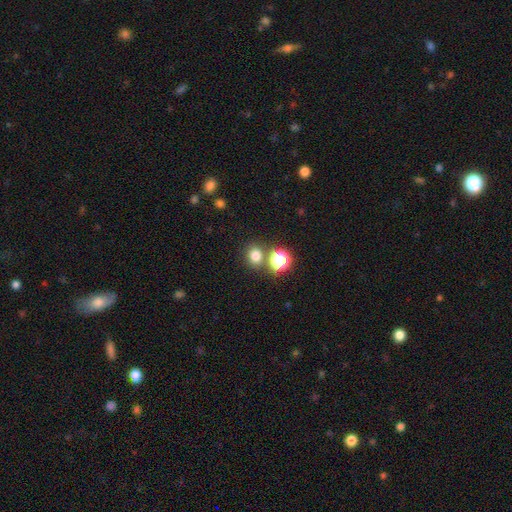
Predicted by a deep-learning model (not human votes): Smooth or featured? smooth (75%)
How rounded? round (76%)
Merging? none (74%)